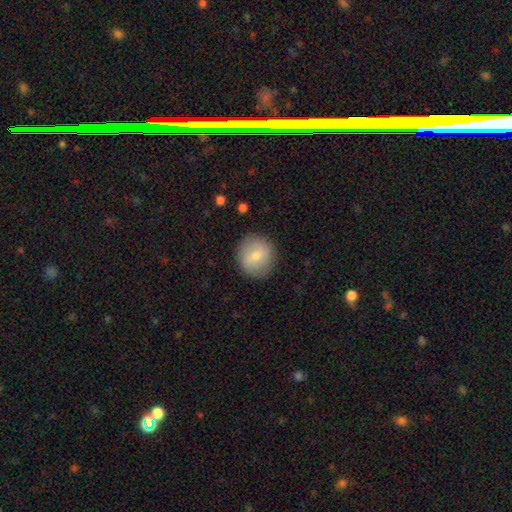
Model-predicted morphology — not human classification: A smooth galaxy with no disk features (70%) that is round (90%).

Vote fractions:
- Smooth or featured? smooth: 70% / featured or disk: 22% / star or artifact: 8%
- How rounded? round: 90% / in between: 9% / cigar-shaped: 1%
- Merging? none: 86% / minor disturbance: 10% / major disturbance: 3% / merger: 1%